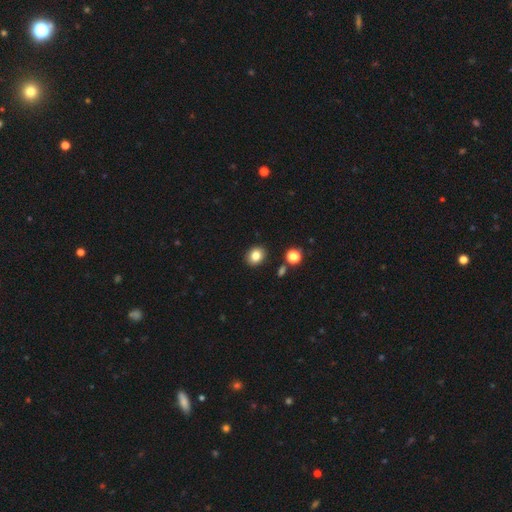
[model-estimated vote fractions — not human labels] smooth-or-featured: smooth: 83% | star or artifact: 11% | featured or disk: 6%
  how-rounded: round: 61% | in between: 38% | cigar-shaped: 1%
  merging: none: 88% | minor disturbance: 7% | merger: 3% | major disturbance: 2%